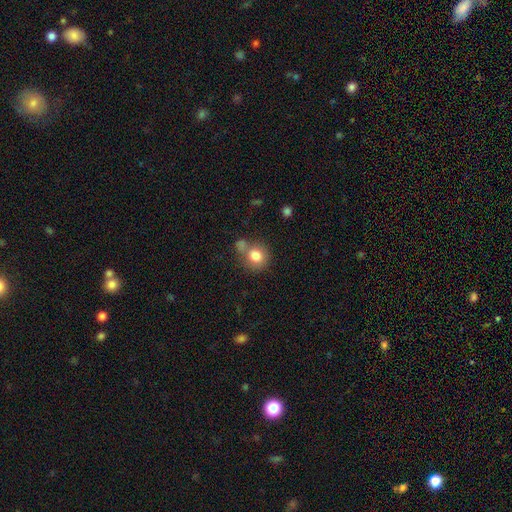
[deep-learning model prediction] A smooth galaxy with no disk features (81%) that is round (82%). Merging: none (53%).